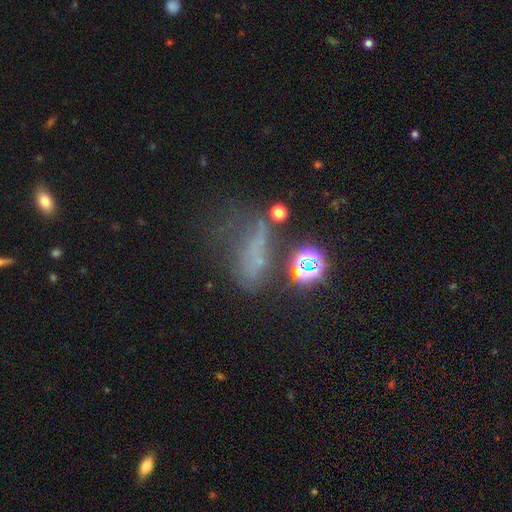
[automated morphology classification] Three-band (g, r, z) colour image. It shows a star or artifact, not a galaxy (38%).